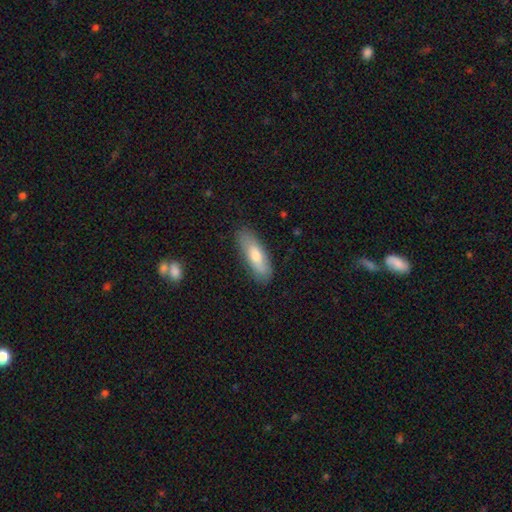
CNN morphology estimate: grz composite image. It shows a smooth galaxy with no disk features (71%) that is in between round and cigar-shaped (56%). Merging: none (83%).